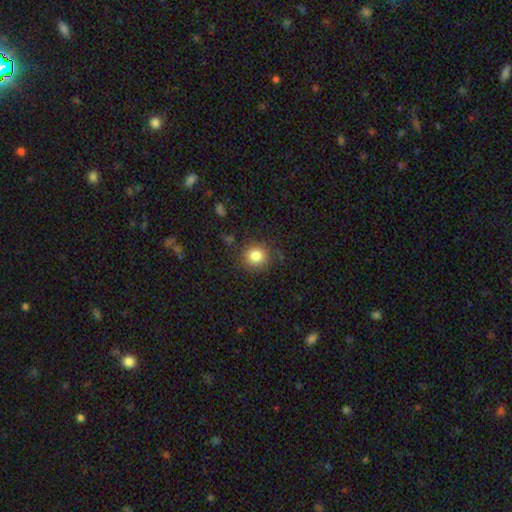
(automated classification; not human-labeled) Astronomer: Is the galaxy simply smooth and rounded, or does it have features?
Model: smooth — 83%.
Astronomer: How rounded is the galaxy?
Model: round — 90%.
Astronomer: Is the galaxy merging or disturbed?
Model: none — 85%.